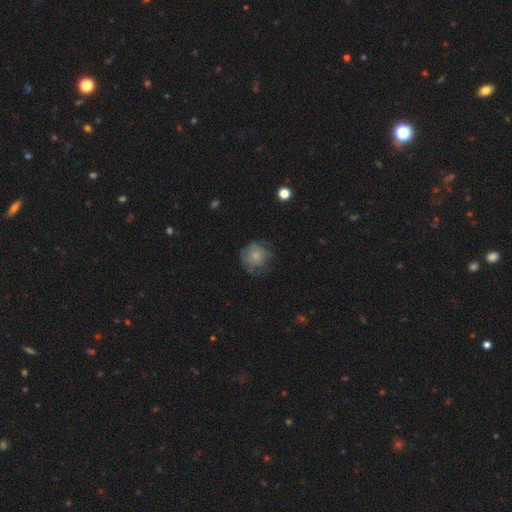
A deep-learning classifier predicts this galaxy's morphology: The model was most divided on "merging": none: 62%, minor disturbance: 25%, major disturbance: 12%, merger: 1%. More confident: how rounded — round (88%); smooth or featured — smooth (68%).